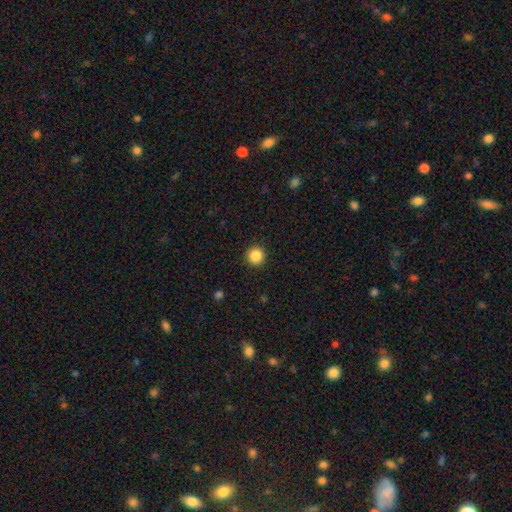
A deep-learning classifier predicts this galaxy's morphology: smooth-or-featured: smooth: 86% | star or artifact: 10% | featured or disk: 3%
  how-rounded: round: 96% | in between: 3% | cigar-shaped: 1%
  merging: none: 93% | minor disturbance: 4% | major disturbance: 2% | merger: 1%